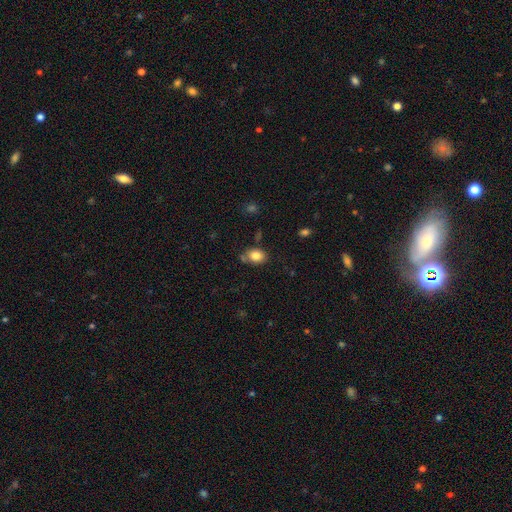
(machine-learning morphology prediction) A smooth galaxy with no disk features (82%) that is in between round and cigar-shaped (67%).

Vote fractions:
- Smooth or featured? smooth: 82% / star or artifact: 9% / featured or disk: 8%
- How rounded? in between: 67% / round: 32% / cigar-shaped: 1%
- Merging? none: 70% / minor disturbance: 18% / merger: 8% / major disturbance: 4%